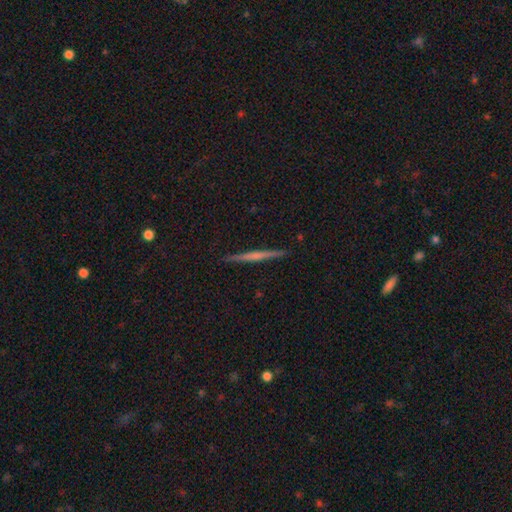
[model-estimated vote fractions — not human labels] Smooth or featured?
  - featured or disk: 61% *
  - smooth: 32%
  - star or artifact: 6%
Edge-on disk?
  - yes: 98% *
  - no: 2%
Edge-on bulge?
  - none: 56% *
  - rounded: 32%
  - boxy: 12%
Merging?
  - none: 92% *
  - minor disturbance: 6%
  - major disturbance: 1%
  - merger: 1%